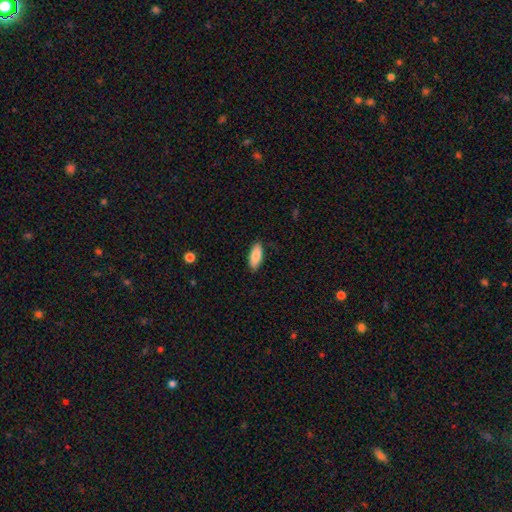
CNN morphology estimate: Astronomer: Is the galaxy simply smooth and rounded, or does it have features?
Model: smooth — 86%.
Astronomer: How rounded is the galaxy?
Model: in between — 81%.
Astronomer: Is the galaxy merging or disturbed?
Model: none — 87%.